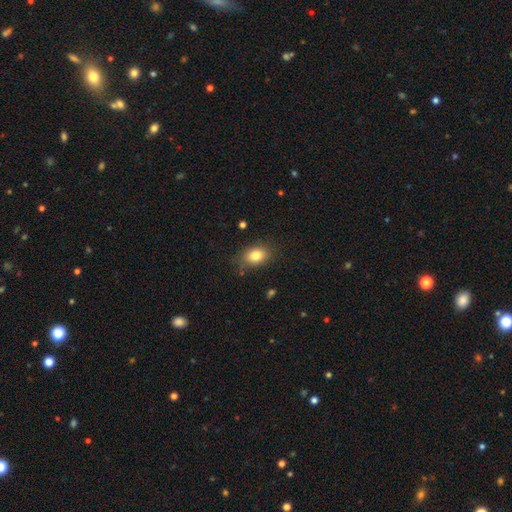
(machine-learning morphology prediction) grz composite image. It shows a smooth galaxy with no disk features (82%) that is in between round and cigar-shaped (71%). Merging: none (79%).